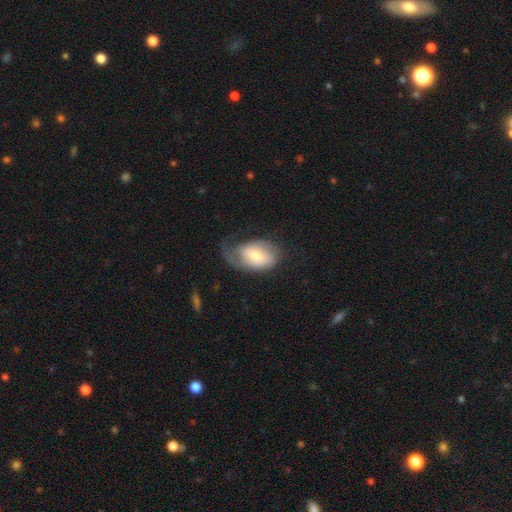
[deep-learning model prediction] Q: Smooth or featured?
A: smooth (51%); runner-up: featured or disk (43%)
Q: How rounded?
A: in between (86%); runner-up: round (13%)
Q: Merging?
A: none (35%); runner-up: major disturbance (34%)